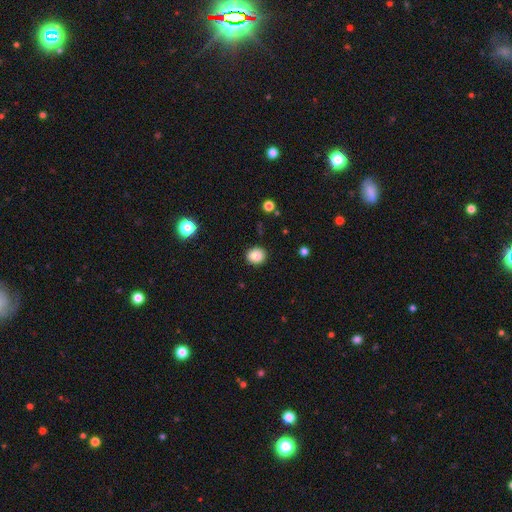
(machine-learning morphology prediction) type=smooth (87%); roundness=round (72%); merging=none (90%).